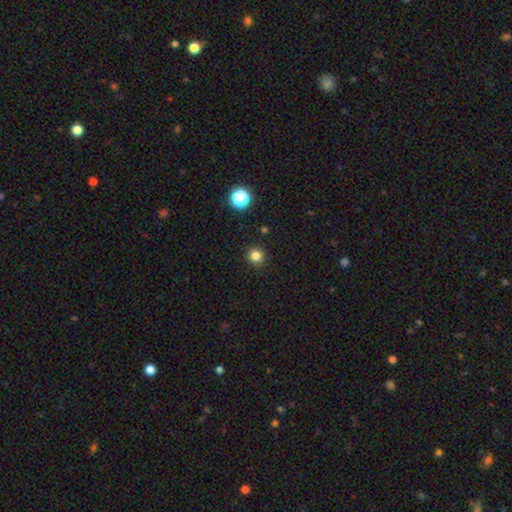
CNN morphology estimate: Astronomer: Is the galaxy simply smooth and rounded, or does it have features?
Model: smooth — 82%.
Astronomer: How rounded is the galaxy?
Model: round — 94%.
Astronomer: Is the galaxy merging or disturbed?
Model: none — 92%.